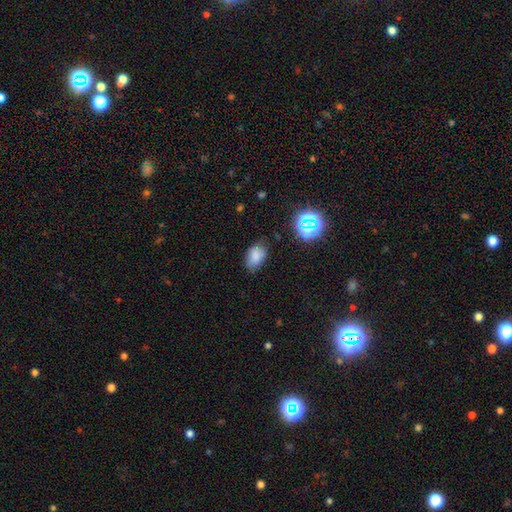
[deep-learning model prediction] This is likely a smooth galaxy (78%). How rounded: clearly in between (87%). Merging: likely none (71%).